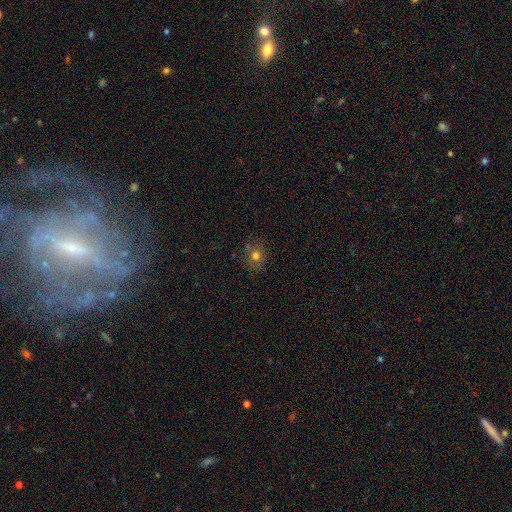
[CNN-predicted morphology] This is likely a smooth galaxy (73%). How rounded: likely round (72%). Merging: clearly none (80%).